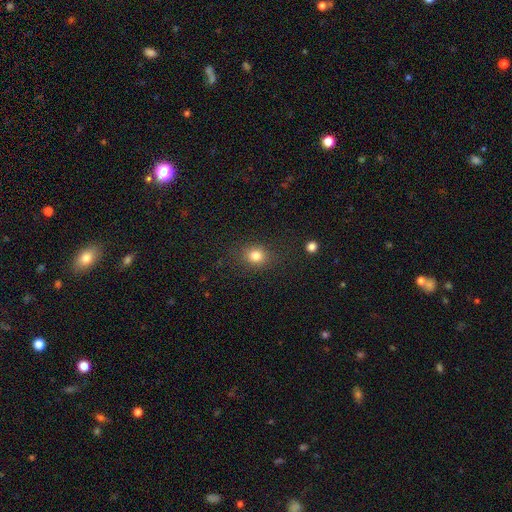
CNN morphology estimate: Smooth or featured? Predicted: smooth (p=0.80). How rounded? Predicted: round (p=0.67). Merging? Predicted: none (p=0.84).